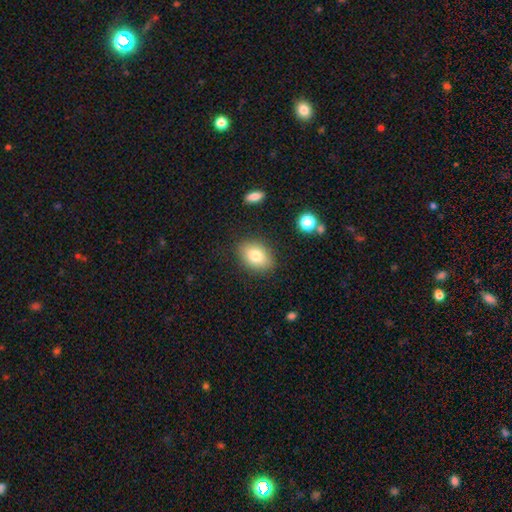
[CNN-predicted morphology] This is likely a smooth galaxy (80%). How rounded: clearly in between (80%). Merging: clearly none (85%).